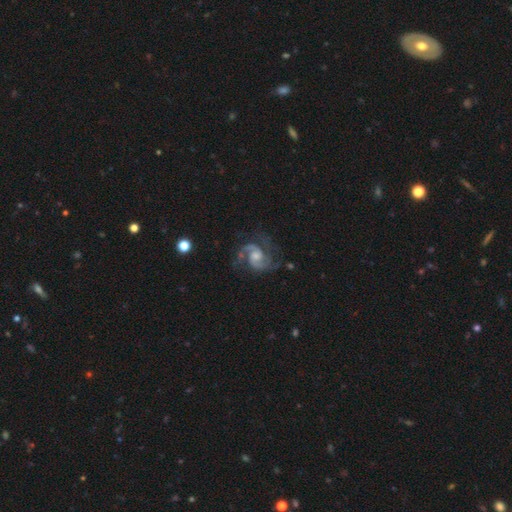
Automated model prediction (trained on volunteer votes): A featured or disk galaxy (92%) with no bar (49%), 2 (84%) medium (61%) spiral arms (98%) and a moderate central bulge (49%).

Vote fractions:
- Smooth or featured? featured or disk: 92% / star or artifact: 5% / smooth: 3%
- Edge-on disk? no: 98% / yes: 2%
- Bar? no: 49% / weak: 41% / strong: 9%
- Spiral arms? yes: 98% / no: 2%
- Spiral winding? medium: 61% / tight: 22% / loose: 17%
- Spiral arm count? 2: 84% / 3: 7% / can't tell: 3% / 1: 2% / 4: 2% / more than 4: 2%
- Bulge size? moderate: 49% / small: 36% / none: 8% / large: 7% / dominant: 1%
- Merging? none: 72% / minor disturbance: 16% / major disturbance: 10% / merger: 2%